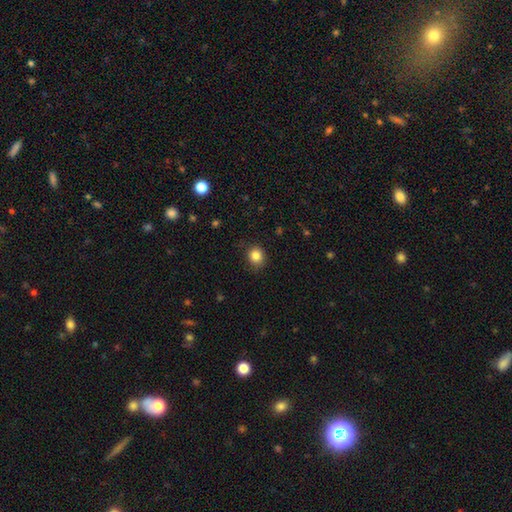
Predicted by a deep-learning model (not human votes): smooth_or_featured: smooth (p=0.84) [alt: star or artifact p=0.11]
how_rounded: round (p=0.80) [alt: in between p=0.20]
merging: none (p=0.83) [alt: minor disturbance p=0.13]